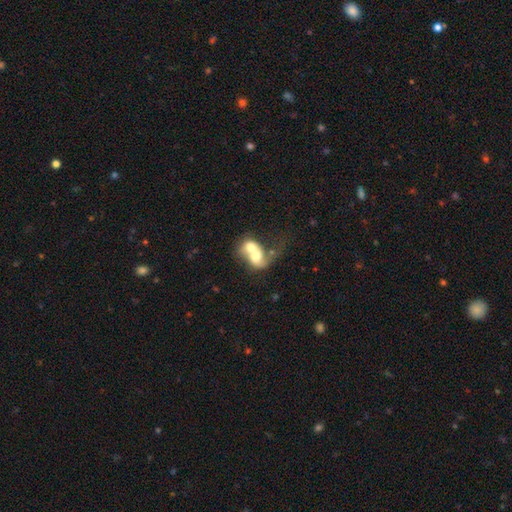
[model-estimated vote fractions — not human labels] Smooth or featured: smooth — 49% (featured or disk — 44%)
Merging: merger — 79% (none — 9%)